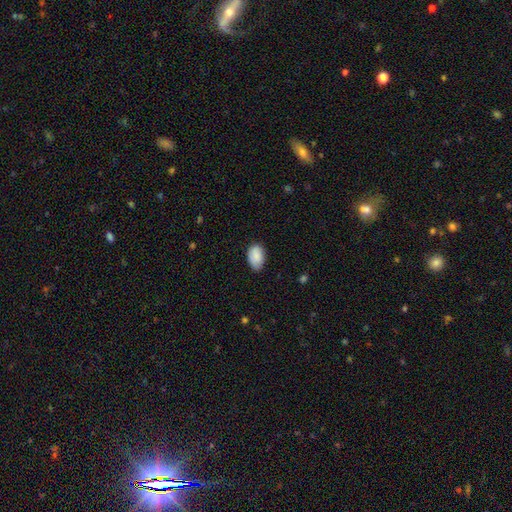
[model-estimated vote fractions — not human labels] smooth-or-featured: smooth: 88% | star or artifact: 7% | featured or disk: 6%
  how-rounded: in between: 92% | round: 7% | cigar-shaped: 1%
  merging: none: 73% | minor disturbance: 22% | major disturbance: 3% | merger: 1%